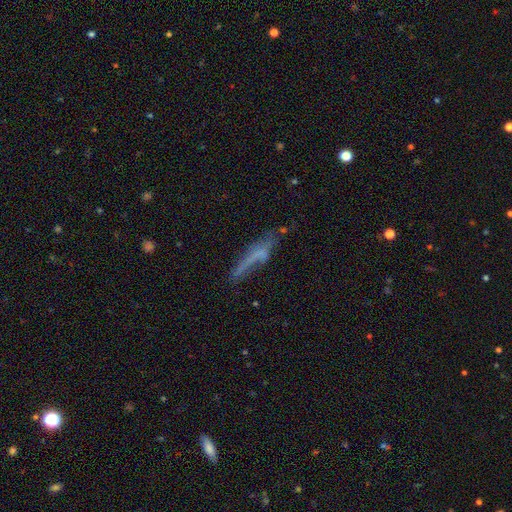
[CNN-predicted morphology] smooth-or-featured: featured or disk: 45% | smooth: 42% | star or artifact: 13%
  merging: none: 41% | minor disturbance: 26% | major disturbance: 26% | merger: 8%